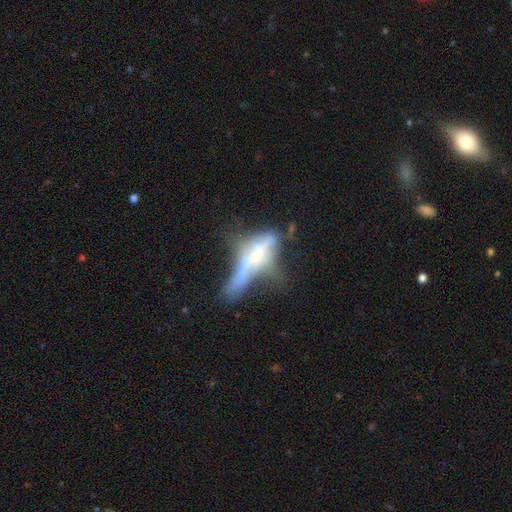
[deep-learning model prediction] Morphology: type=featured or disk (64%); edge-on=yes (71%); merging=none (31%).